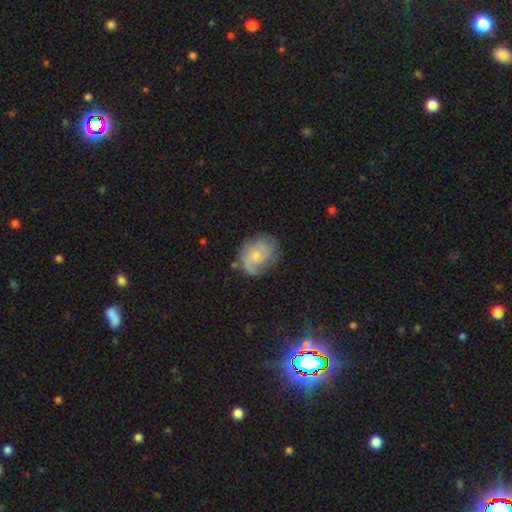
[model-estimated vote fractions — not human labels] A featured or disk galaxy (53%) with no bar (75%), spiral arms (82%) and a small central bulge (54%).

Vote fractions:
- Smooth or featured? featured or disk: 53% / smooth: 40% / star or artifact: 8%
- Edge-on disk? no: 97% / yes: 3%
- Bar? no: 75% / weak: 23% / strong: 3%
- Spiral arms? yes: 82% / no: 18%
- Bulge size? small: 54% / moderate: 34% / none: 8% / large: 3% / dominant: 1%
- Merging? none: 61% / minor disturbance: 25% / major disturbance: 12% / merger: 2%